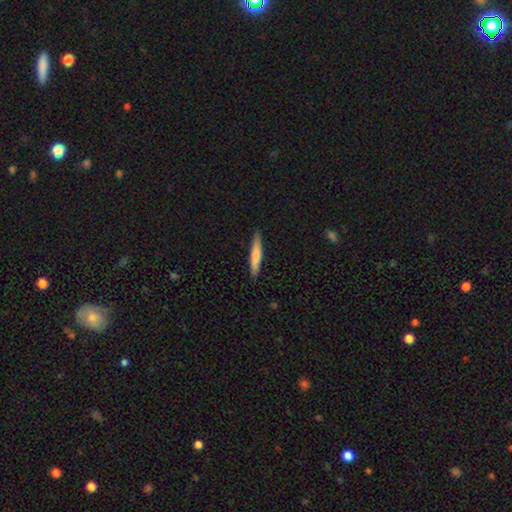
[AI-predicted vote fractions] This is likely a smooth galaxy (72%). How rounded: clearly cigar-shaped (92%). Merging: clearly none (89%).